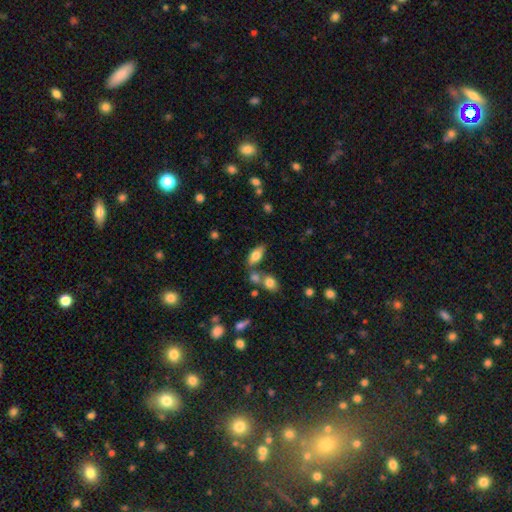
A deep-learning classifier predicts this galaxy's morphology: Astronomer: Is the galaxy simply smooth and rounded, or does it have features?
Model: smooth — 76%.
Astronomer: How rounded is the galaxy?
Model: in between — 86%.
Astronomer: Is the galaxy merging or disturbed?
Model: none — 64%.